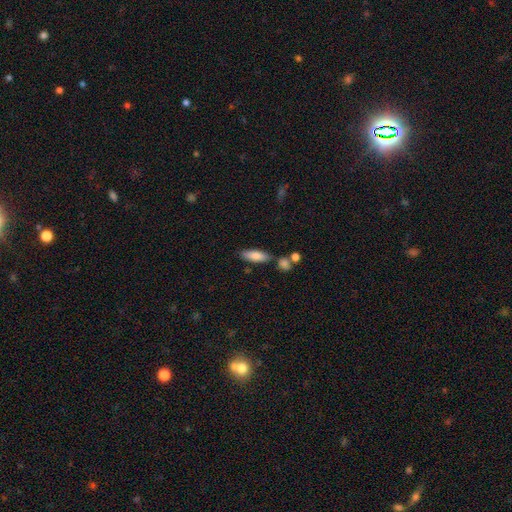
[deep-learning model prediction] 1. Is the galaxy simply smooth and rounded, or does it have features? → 80% smooth, 13% featured or disk, 7% star or artifact.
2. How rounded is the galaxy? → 58% in between, 40% cigar-shaped, 2% round.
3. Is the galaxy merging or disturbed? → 75% none, 13% minor disturbance, 9% merger, 3% major disturbance.